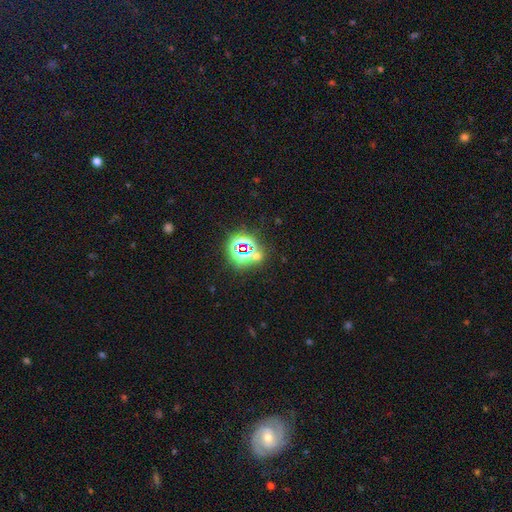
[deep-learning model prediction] Smooth or featured: star or artifact — 67% (smooth — 24%)